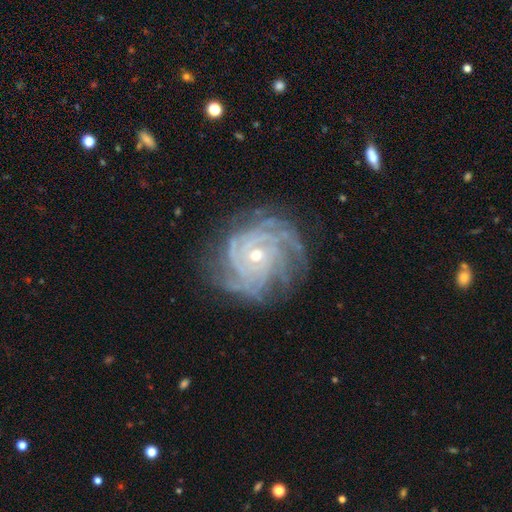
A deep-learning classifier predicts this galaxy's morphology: featured or disk 90%, star or artifact 6%, smooth 4%. Down the decision tree: edge-on disk — no (98%); bar — no (72%); spiral arms — yes (98%); spiral arm count — 4 (26%); spiral winding — tight (78%); bulge size — small (55%); merging — none (74%).